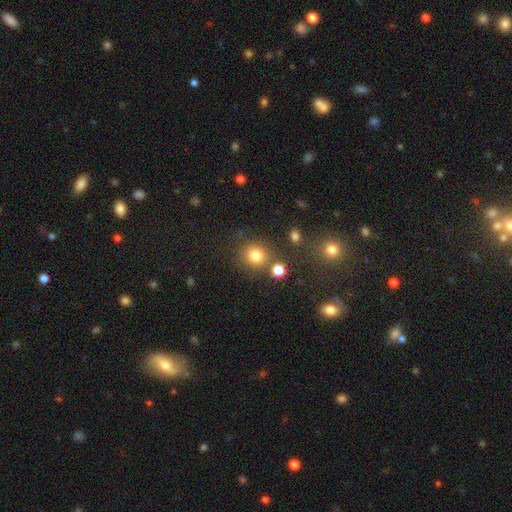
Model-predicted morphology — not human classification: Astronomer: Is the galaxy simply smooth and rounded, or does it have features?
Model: smooth — 80%.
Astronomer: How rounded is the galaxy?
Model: round — 86%.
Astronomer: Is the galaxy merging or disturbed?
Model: none — 76%.